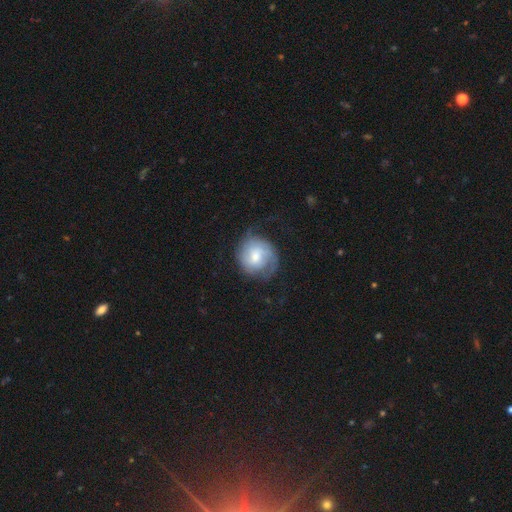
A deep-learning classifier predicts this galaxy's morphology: Overall: featured or disk (58%; smooth 36%). Edge-on disk: no (97%). Bar: no (59%; weak 35%). Spiral arms: yes (86%). Bulge size: moderate (50%; small 36%). Merging: none (56%; minor disturbance 24%).